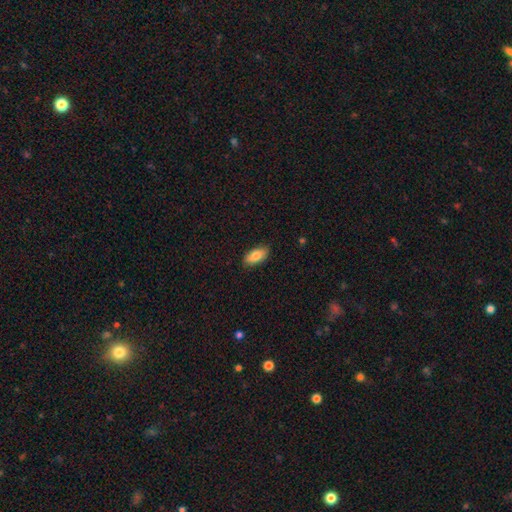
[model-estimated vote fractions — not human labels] Morphology: type=smooth (83%); roundness=in between (91%); merging=none (86%).